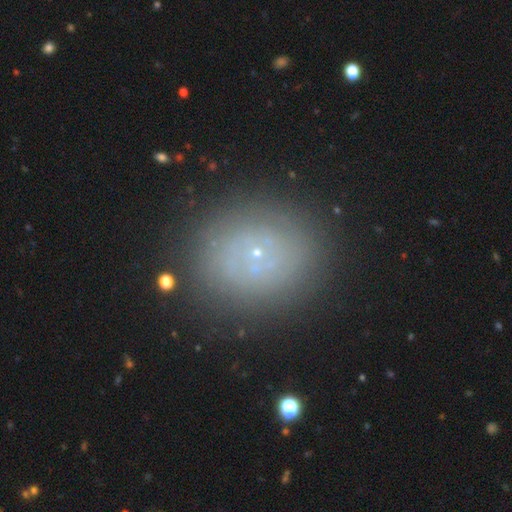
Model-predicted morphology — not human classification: Smooth or featured: featured or disk — 51% (smooth — 34%)
Edge-on disk: no — 96% (yes — 4%)
Merging: none — 84% (minor disturbance — 11%)